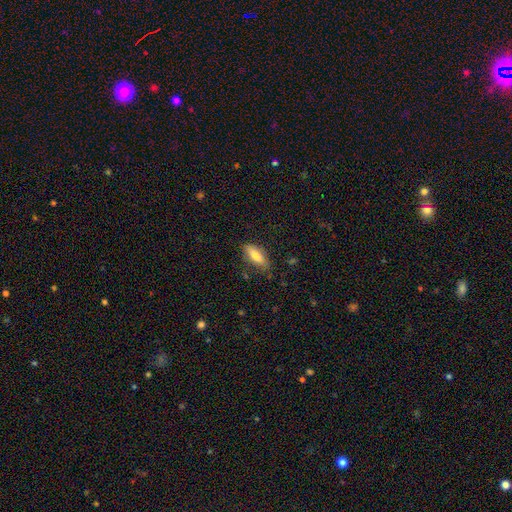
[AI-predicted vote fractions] smooth_or_featured: smooth (p=0.74) [alt: featured or disk p=0.20]
how_rounded: in between (p=0.69) [alt: cigar-shaped p=0.29]
merging: none (p=0.77) [alt: minor disturbance p=0.17]